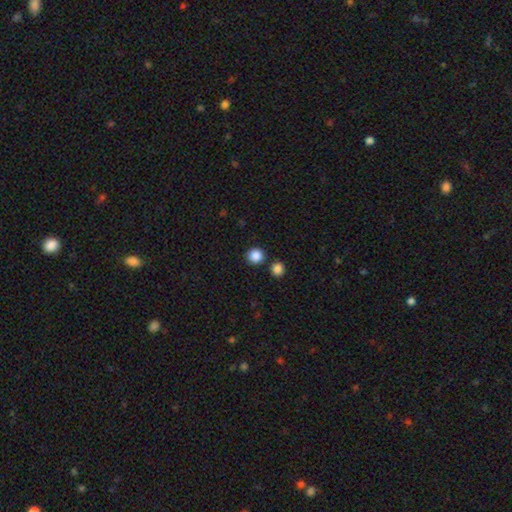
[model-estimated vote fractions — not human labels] The model was most divided on "smooth or featured": smooth: 87%, star or artifact: 10%, featured or disk: 3%. More confident: how rounded — round (93%); merging — none (85%).